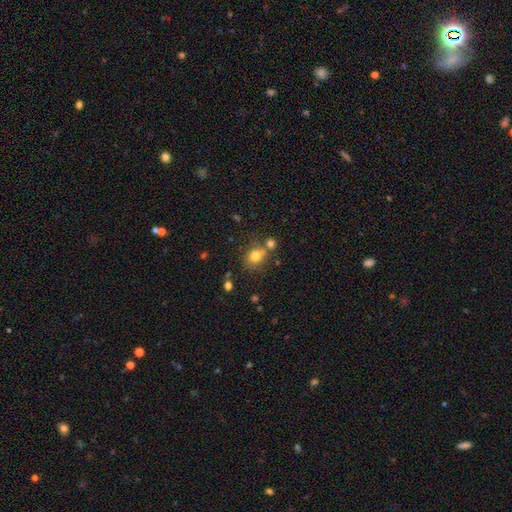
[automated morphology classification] Smooth or featured?
  - smooth: 77% *
  - star or artifact: 12%
  - featured or disk: 10%
How rounded?
  - round: 63% *
  - in between: 36%
  - cigar-shaped: 1%
Merging?
  - none: 57% *
  - merger: 25%
  - minor disturbance: 13%
  - major disturbance: 5%